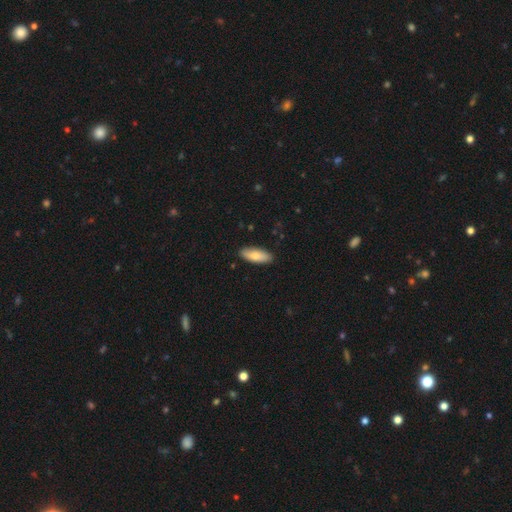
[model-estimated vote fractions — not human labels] This is clearly a smooth galaxy (81%). How rounded: likely in between (70%). Merging: clearly none (89%).